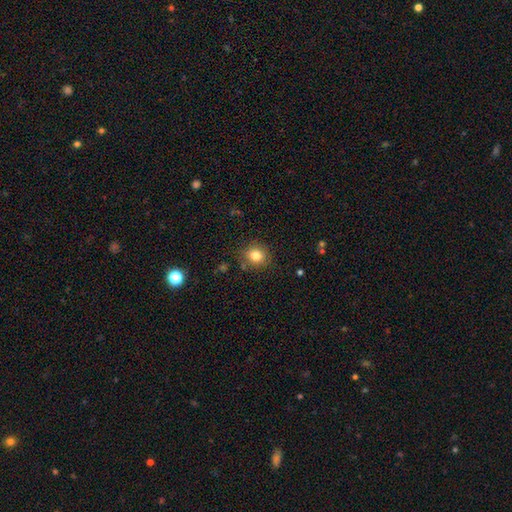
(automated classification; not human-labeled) Q: Smooth or featured?
A: smooth (81%); runner-up: star or artifact (12%)
Q: How rounded?
A: round (81%); runner-up: in between (18%)
Q: Merging?
A: none (84%); runner-up: minor disturbance (11%)